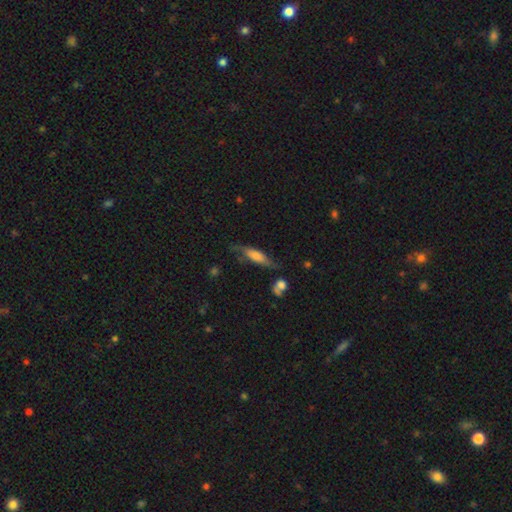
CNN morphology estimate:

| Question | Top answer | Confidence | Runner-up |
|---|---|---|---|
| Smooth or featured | smooth | 50% | featured or disk (43%) |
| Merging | none | 58% | minor disturbance (26%) |